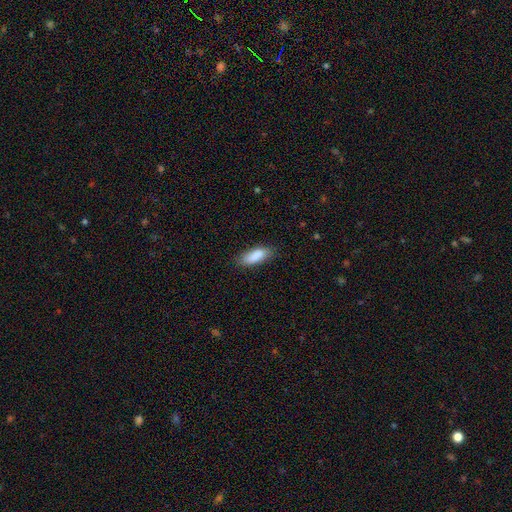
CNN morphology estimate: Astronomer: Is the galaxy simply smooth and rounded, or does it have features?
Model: smooth — 87%.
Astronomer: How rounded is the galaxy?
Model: in between — 70%.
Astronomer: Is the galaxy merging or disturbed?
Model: none — 78%.